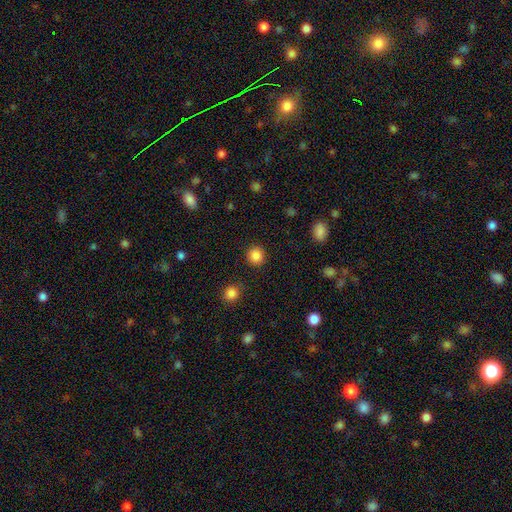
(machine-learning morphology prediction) This appears to be a smooth galaxy with no disk features (86%) that is round (91%). Merging: none (90%).